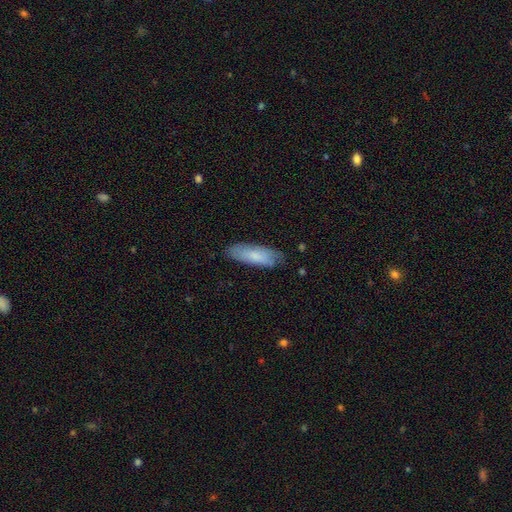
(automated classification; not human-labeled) A smooth galaxy with no disk features (77%) that is in between round and cigar-shaped (49%, tied with cigar-shaped). Merging: none (78%).